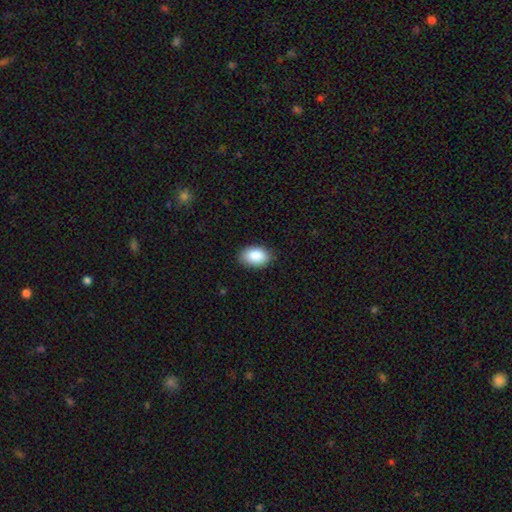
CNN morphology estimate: smooth-or-featured: smooth: 89% | star or artifact: 7% | featured or disk: 5%
  how-rounded: in between: 89% | round: 10% | cigar-shaped: 1%
  merging: none: 85% | minor disturbance: 12% | major disturbance: 2% | merger: 1%